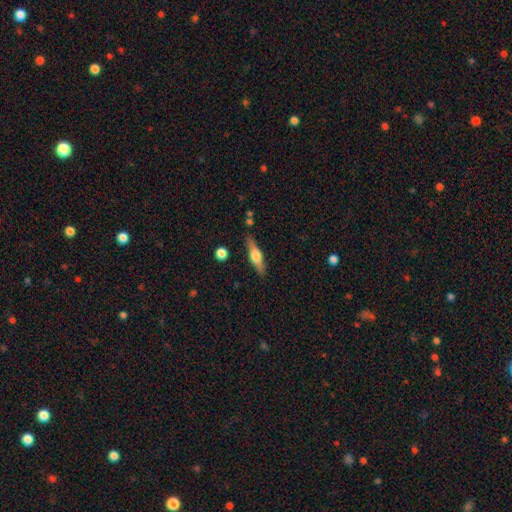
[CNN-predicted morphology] A featured or disk galaxy (56%) viewed edge-on (94%) with a rounded central bulge (91%).

Vote fractions:
- Smooth or featured? featured or disk: 56% / smooth: 38% / star or artifact: 6%
- Edge-on disk? yes: 94% / no: 6%
- Edge-on bulge? rounded: 91% / boxy: 7% / none: 2%
- Merging? none: 84% / minor disturbance: 11% / merger: 3% / major disturbance: 3%